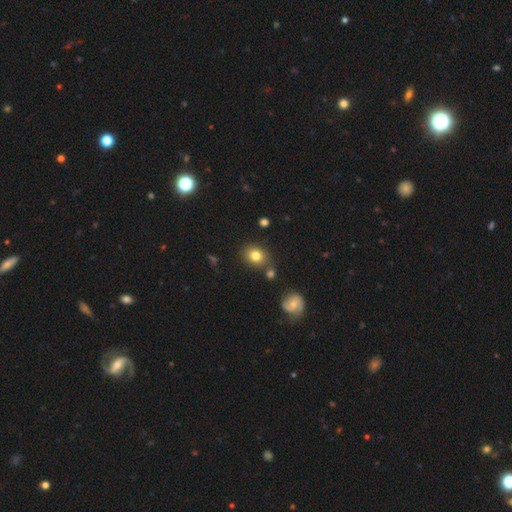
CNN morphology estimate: The model was most divided on "how rounded": round: 63%, in between: 36%, cigar-shaped: 1%. More confident: smooth or featured — smooth (80%); merging — none (76%).